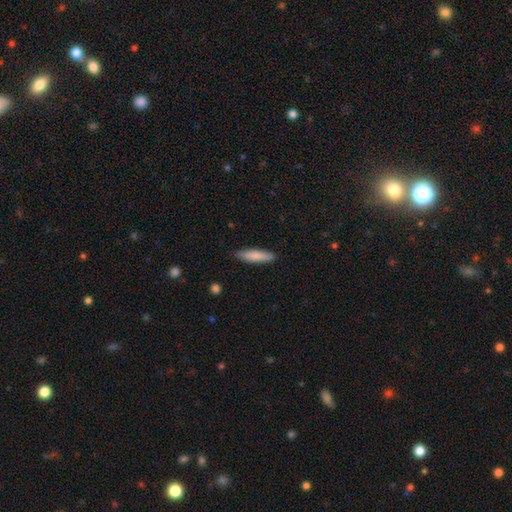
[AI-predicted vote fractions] Q: Smooth or featured?
A: smooth (83%); runner-up: featured or disk (12%)
Q: How rounded?
A: cigar-shaped (77%); runner-up: in between (22%)
Q: Merging?
A: none (86%); runner-up: minor disturbance (11%)